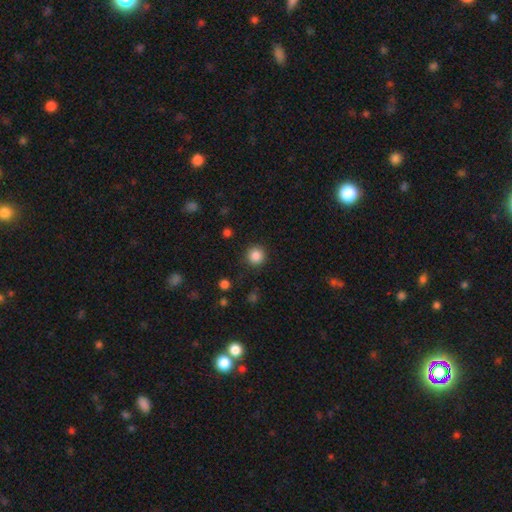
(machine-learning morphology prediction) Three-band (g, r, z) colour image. It shows a smooth galaxy with no disk features (86%) that is round (95%). Merging: none (90%).